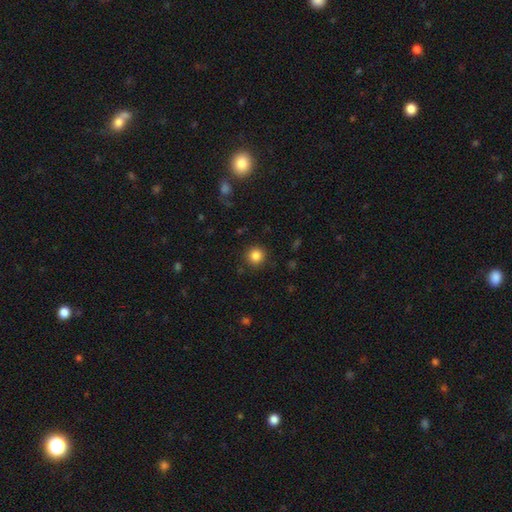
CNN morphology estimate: A smooth galaxy with no disk features (84%) that is round (95%).

Vote fractions:
- Smooth or featured? smooth: 84% / star or artifact: 11% / featured or disk: 5%
- How rounded? round: 95% / in between: 5% / cigar-shaped: 1%
- Merging? none: 91% / minor disturbance: 6% / major disturbance: 2% / merger: 1%